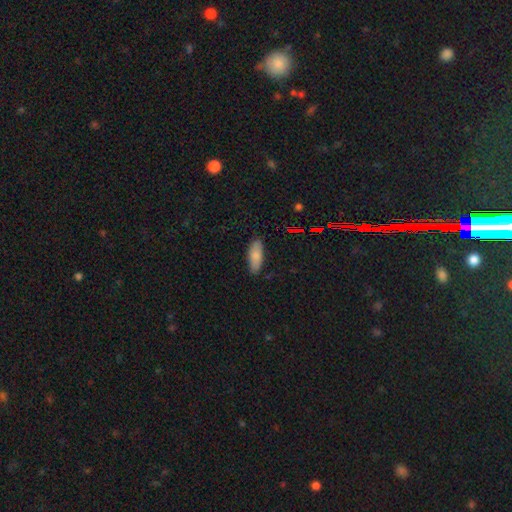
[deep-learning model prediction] This is clearly a smooth galaxy (83%). How rounded: likely in between (72%). Merging: clearly none (84%).